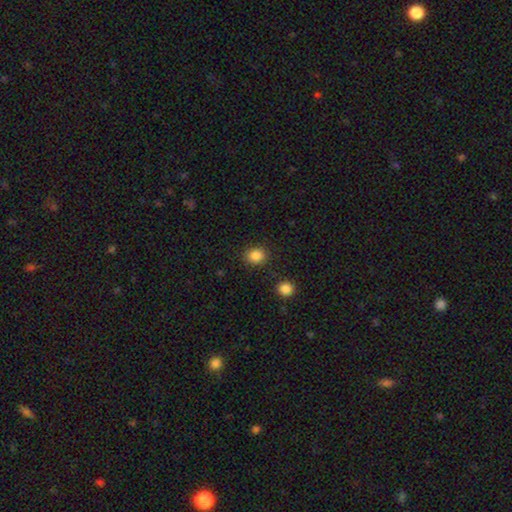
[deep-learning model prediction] Smooth or featured: smooth — 86% (star or artifact — 10%)
How rounded: round — 69% (in between — 30%)
Merging: none — 87% (minor disturbance — 8%)